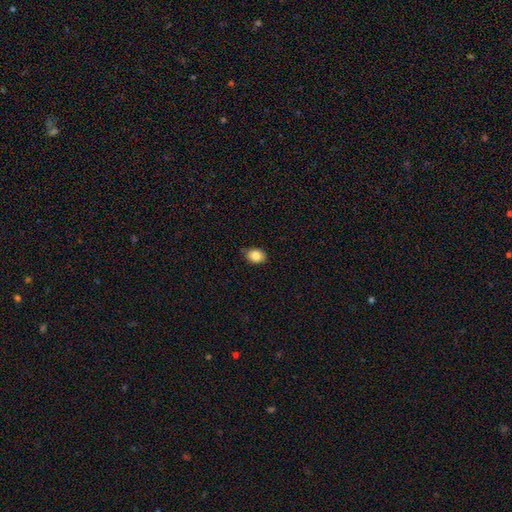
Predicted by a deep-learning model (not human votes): This is clearly a smooth galaxy (84%). How rounded: likely in between (60%). Merging: likely none (77%).